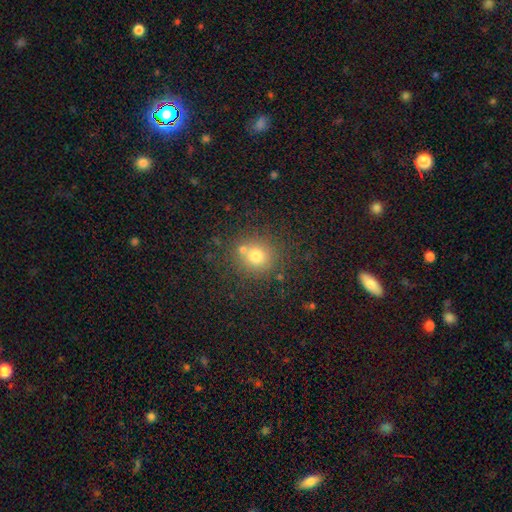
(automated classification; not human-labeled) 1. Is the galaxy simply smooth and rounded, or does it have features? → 73% smooth, 16% star or artifact, 11% featured or disk.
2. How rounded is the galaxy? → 87% round, 12% in between, 1% cigar-shaped.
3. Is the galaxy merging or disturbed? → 70% none, 17% merger, 9% minor disturbance, 3% major disturbance.